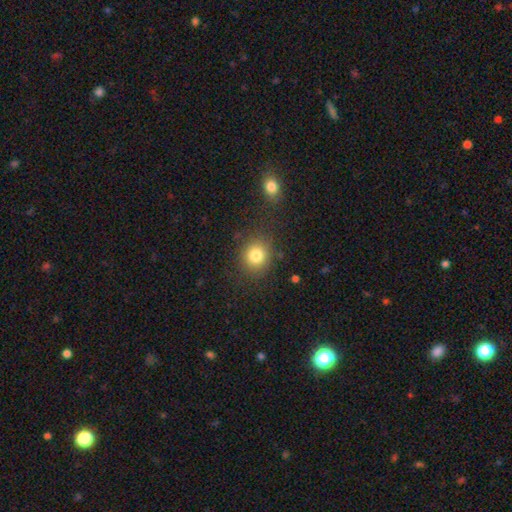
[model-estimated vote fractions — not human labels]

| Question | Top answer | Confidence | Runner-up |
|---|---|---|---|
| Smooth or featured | smooth | 81% | star or artifact (12%) |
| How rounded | round | 80% | in between (19%) |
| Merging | none | 82% | minor disturbance (10%) |